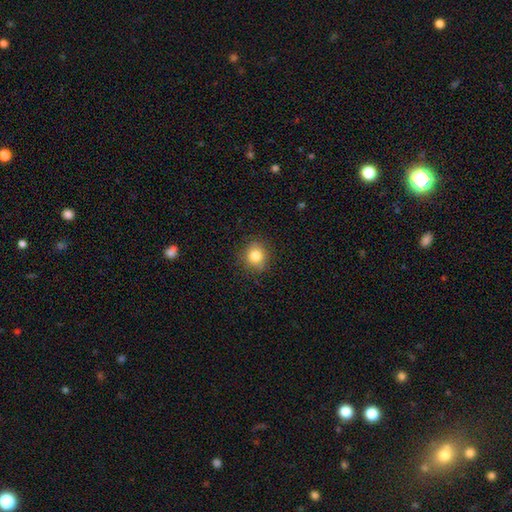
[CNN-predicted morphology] Overall: smooth (82%). How rounded: round (83%). Merging: none (85%).